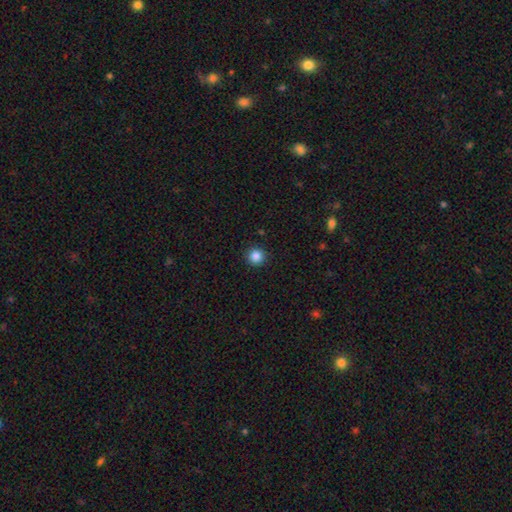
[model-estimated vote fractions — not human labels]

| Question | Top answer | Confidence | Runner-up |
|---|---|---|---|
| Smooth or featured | smooth | 86% | star or artifact (11%) |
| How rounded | round | 95% | in between (4%) |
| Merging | none | 92% | minor disturbance (5%) |